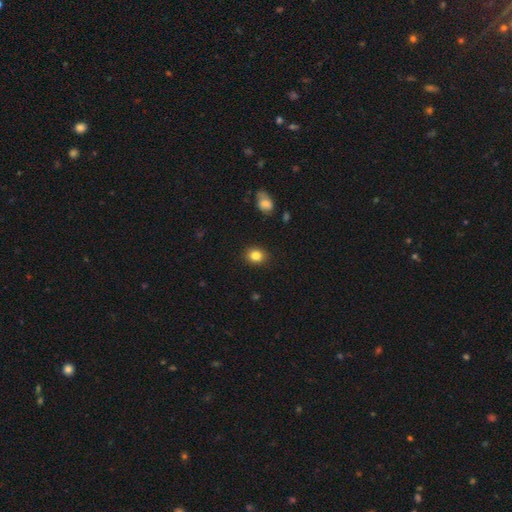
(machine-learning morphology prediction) Smooth or featured? Predicted: smooth (p=0.83). How rounded? Predicted: round (p=0.62). Merging? Predicted: none (p=0.89).